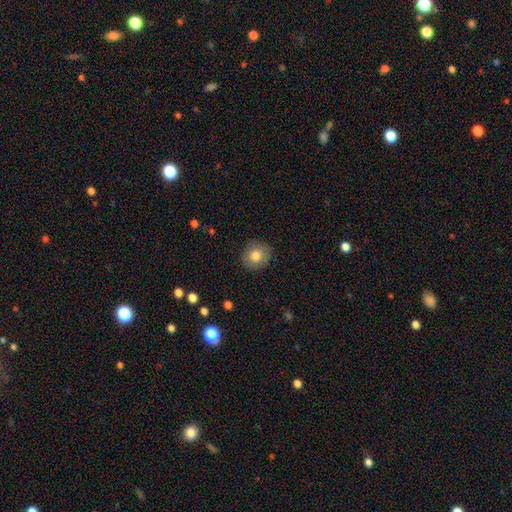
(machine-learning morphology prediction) This appears to be a smooth galaxy with no disk features (79%) that is round (85%). Merging: none (88%).